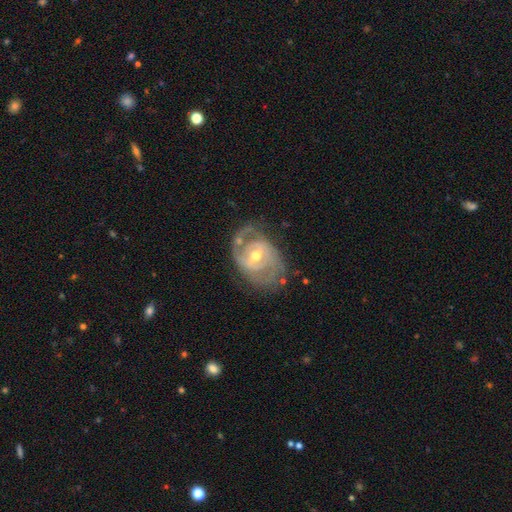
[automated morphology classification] Smooth or featured? Predicted: featured or disk (p=0.88). Edge-on disk? Predicted: no (p=0.97). Bar? Predicted: weak (p=0.48). Spiral arms? Predicted: yes (p=0.93). Spiral winding? Predicted: tight (p=0.50). Spiral arm count? Predicted: 2 (p=0.59). Bulge size? Predicted: moderate (p=0.62). Merging? Predicted: none (p=0.61).